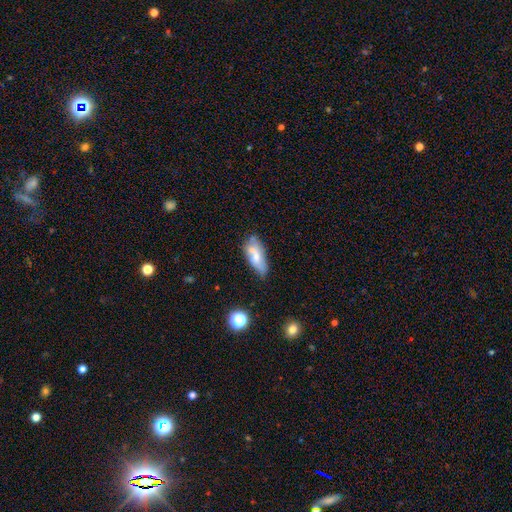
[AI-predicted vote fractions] Q: Smooth or featured?
A: smooth (59%); runner-up: featured or disk (33%)
Q: How rounded?
A: in between (77%); runner-up: cigar-shaped (19%)
Q: Merging?
A: none (46%); runner-up: minor disturbance (24%)